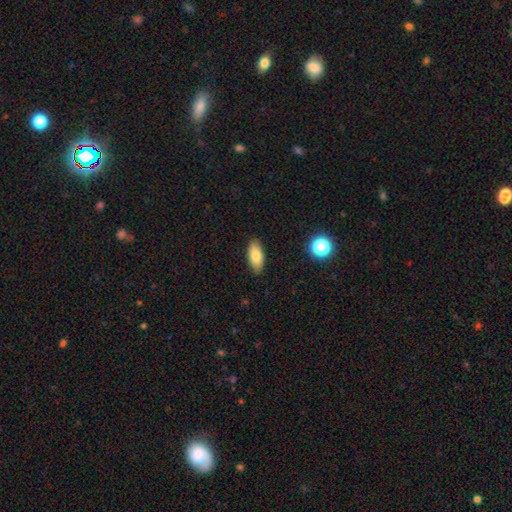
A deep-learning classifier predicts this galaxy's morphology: Overall: smooth (83%). How rounded: in between (87%). Merging: none (88%).